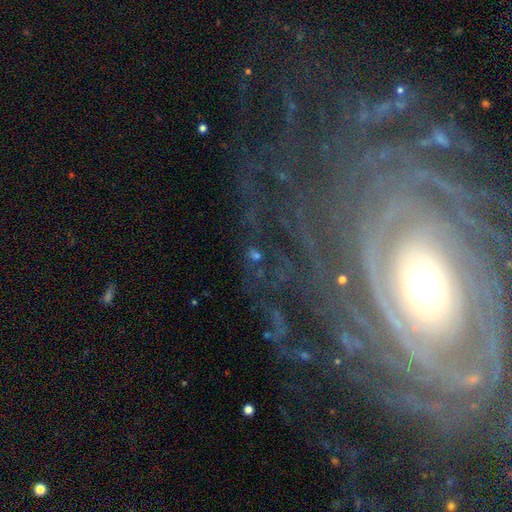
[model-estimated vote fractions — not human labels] Overall: star or artifact (55%; featured or disk 24%).